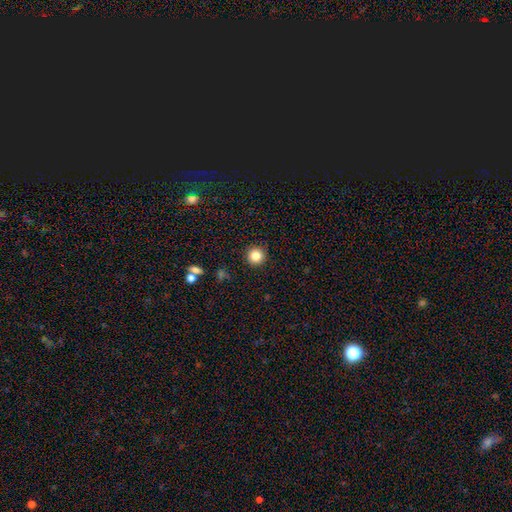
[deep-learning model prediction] Smooth or featured?
  - smooth: 83% *
  - star or artifact: 11%
  - featured or disk: 6%
How rounded?
  - round: 96% *
  - in between: 4%
  - cigar-shaped: 1%
Merging?
  - none: 92% *
  - minor disturbance: 5%
  - major disturbance: 2%
  - merger: 1%